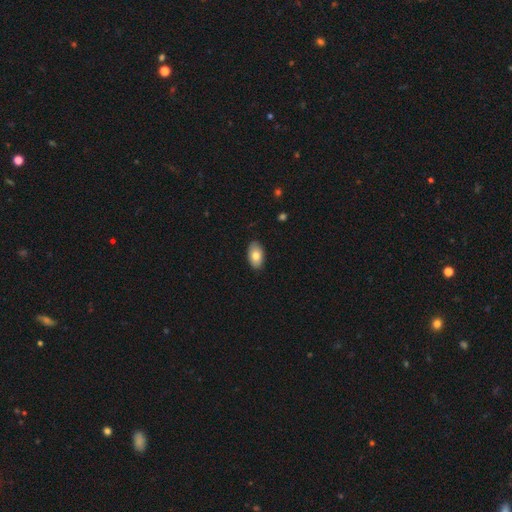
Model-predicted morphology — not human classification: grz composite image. It shows a smooth galaxy with no disk features (78%) that is in between round and cigar-shaped (93%). Merging: none (87%).